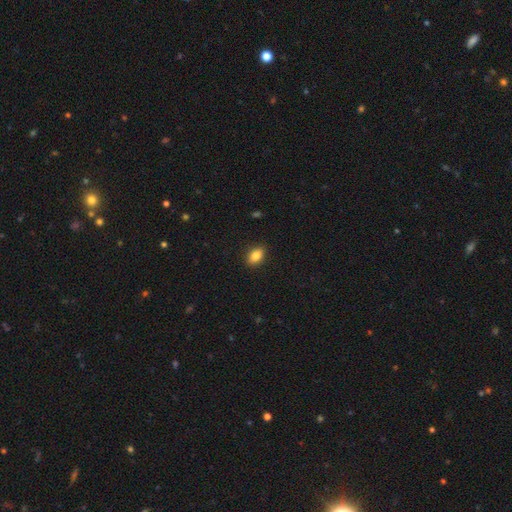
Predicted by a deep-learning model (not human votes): Morphology: type=smooth (85%); roundness=in between (85%); merging=none (89%).